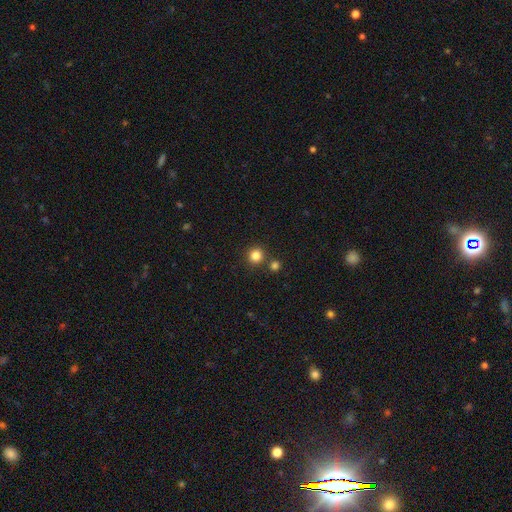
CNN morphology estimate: A smooth galaxy with no disk features (83%) that is round (93%).

Vote fractions:
- Smooth or featured? smooth: 83% / star or artifact: 13% / featured or disk: 4%
- How rounded? round: 93% / in between: 6% / cigar-shaped: 1%
- Merging? none: 81% / merger: 11% / minor disturbance: 6% / major disturbance: 2%